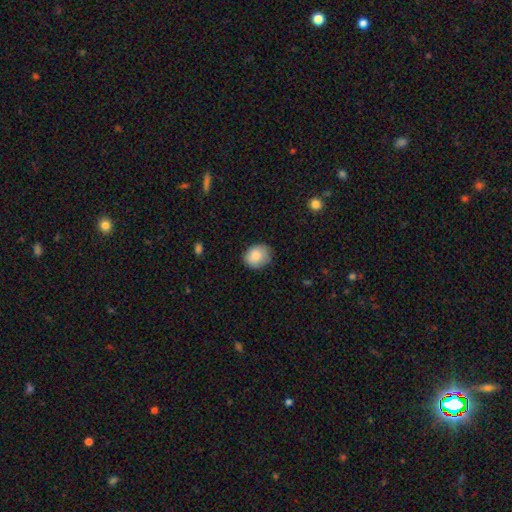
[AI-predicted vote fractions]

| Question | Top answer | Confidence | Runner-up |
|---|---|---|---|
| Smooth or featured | smooth | 86% | star or artifact (7%) |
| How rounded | round | 57% | in between (42%) |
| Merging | none | 79% | minor disturbance (17%) |